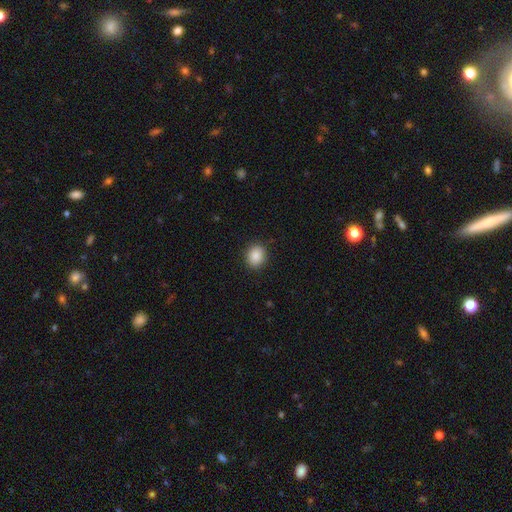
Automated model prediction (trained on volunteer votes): Smooth or featured: smooth — 88% (star or artifact — 8%)
How rounded: round — 58% (in between — 41%)
Merging: none — 89% (minor disturbance — 8%)